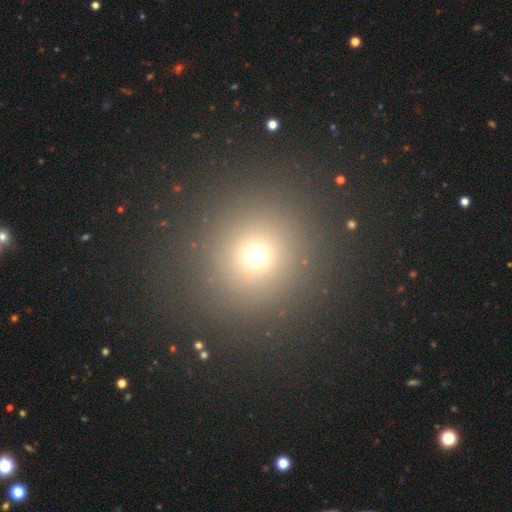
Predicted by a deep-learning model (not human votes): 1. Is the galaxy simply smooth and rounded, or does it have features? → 67% smooth, 25% star or artifact, 9% featured or disk.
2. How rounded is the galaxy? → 93% round, 6% in between, 1% cigar-shaped.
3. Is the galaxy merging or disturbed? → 87% none, 6% minor disturbance, 4% major disturbance, 3% merger.